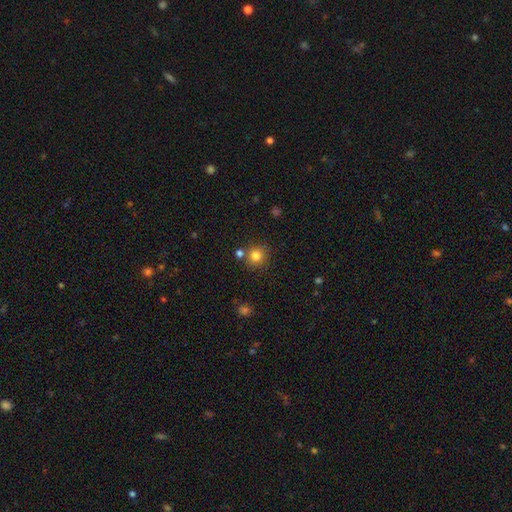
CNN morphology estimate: type=smooth (81%); roundness=round (92%); merging=none (75%).